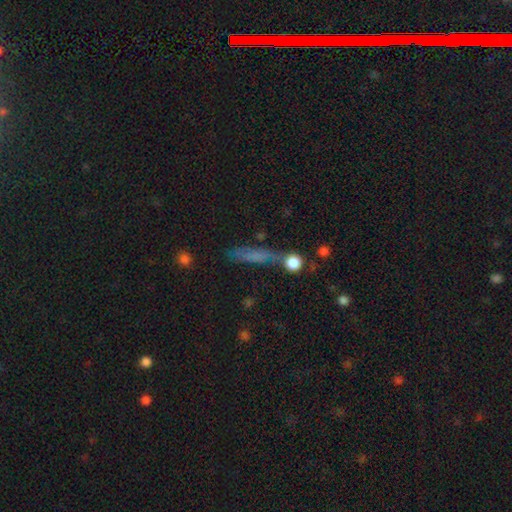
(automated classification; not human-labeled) smooth-or-featured: smooth: 49% | featured or disk: 29% | star or artifact: 22%
  merging: none: 63% | minor disturbance: 17% | merger: 11% | major disturbance: 10%